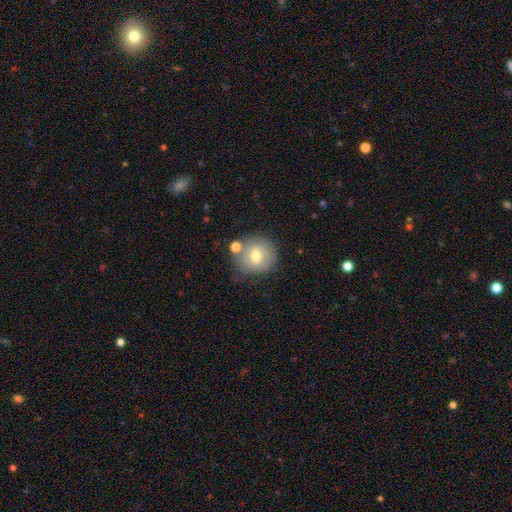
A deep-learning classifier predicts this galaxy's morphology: Overall: smooth (65%; featured or disk 26%). How rounded: round (89%). Merging: none (71%).